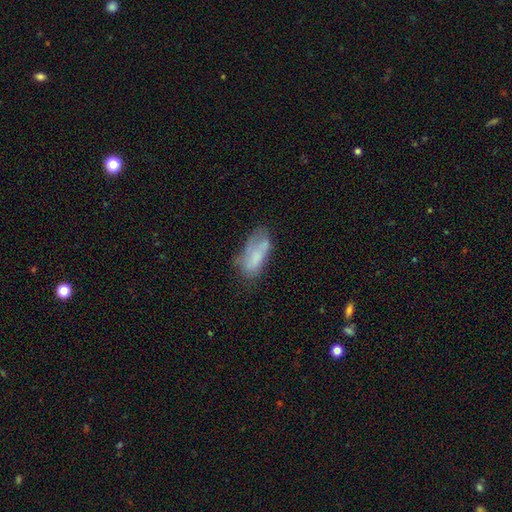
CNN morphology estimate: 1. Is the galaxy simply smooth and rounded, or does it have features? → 58% smooth, 33% featured or disk, 9% star or artifact.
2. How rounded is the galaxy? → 86% in between, 11% cigar-shaped, 3% round.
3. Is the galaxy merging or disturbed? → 39% none, 29% minor disturbance, 21% major disturbance, 10% merger.